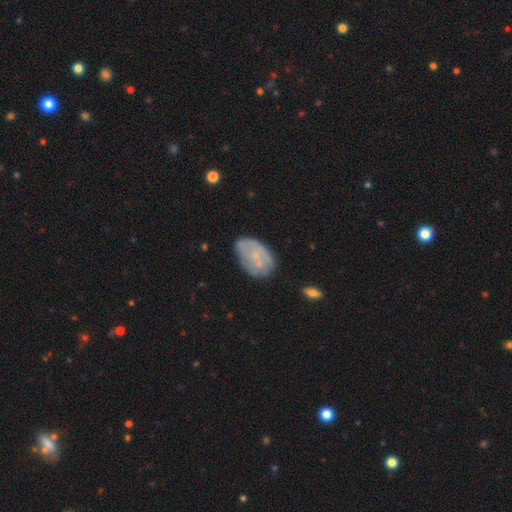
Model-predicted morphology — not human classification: Smooth or featured: smooth — 49% (featured or disk — 43%)
Merging: none — 60% (minor disturbance — 26%)